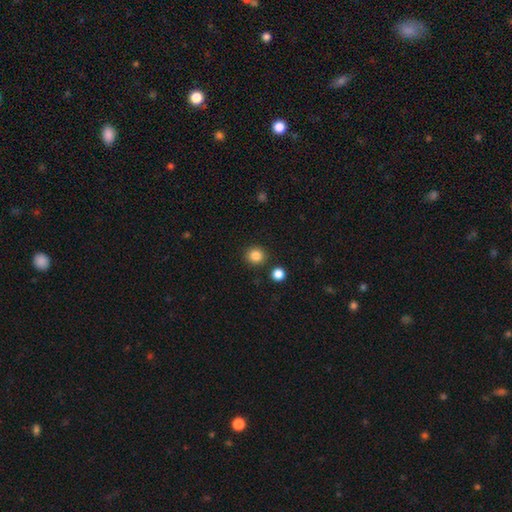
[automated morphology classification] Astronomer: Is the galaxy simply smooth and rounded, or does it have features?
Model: smooth — 85%.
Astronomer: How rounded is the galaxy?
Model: round — 92%.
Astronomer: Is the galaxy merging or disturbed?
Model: none — 89%.